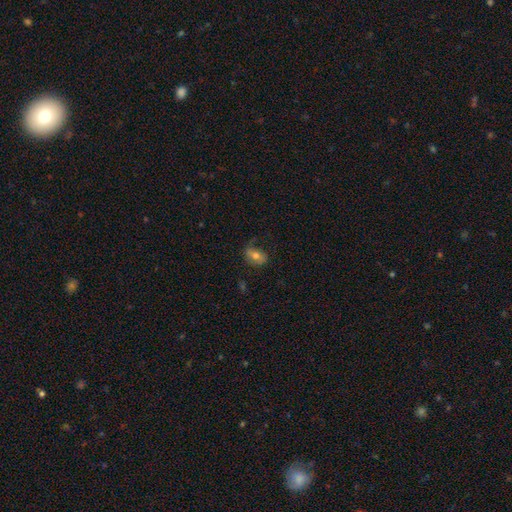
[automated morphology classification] This appears to be a smooth galaxy with no disk features (64%) that is in between round and cigar-shaped (76%). Merging: none (62%).